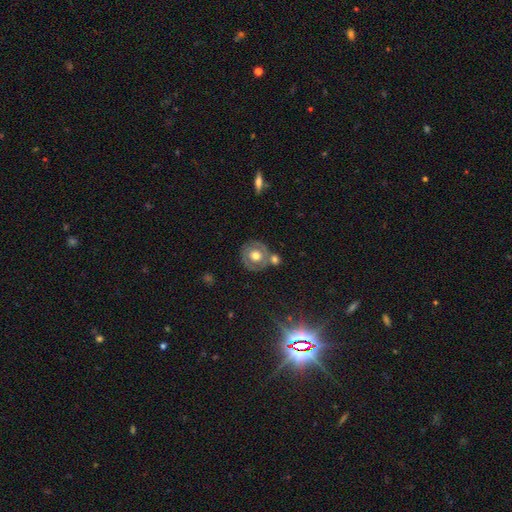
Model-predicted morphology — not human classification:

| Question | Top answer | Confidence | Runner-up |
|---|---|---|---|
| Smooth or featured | featured or disk | 50% | smooth (42%) |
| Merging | none | 58% | merger (23%) |